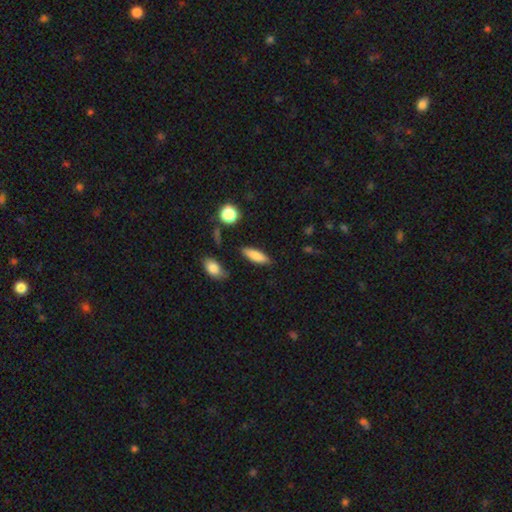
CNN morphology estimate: smooth 81%, featured or disk 11%, star or artifact 8%. Down the decision tree: how rounded — cigar-shaped (51%); merging — none (83%).